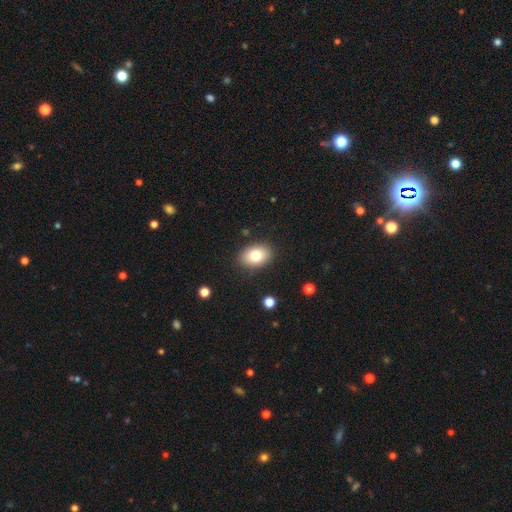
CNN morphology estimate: A smooth galaxy with no disk features (80%) that is in between round and cigar-shaped (83%).

Vote fractions:
- Smooth or featured? smooth: 80% / featured or disk: 12% / star or artifact: 8%
- How rounded? in between: 83% / round: 16% / cigar-shaped: 1%
- Merging? none: 87% / minor disturbance: 9% / major disturbance: 2% / merger: 1%